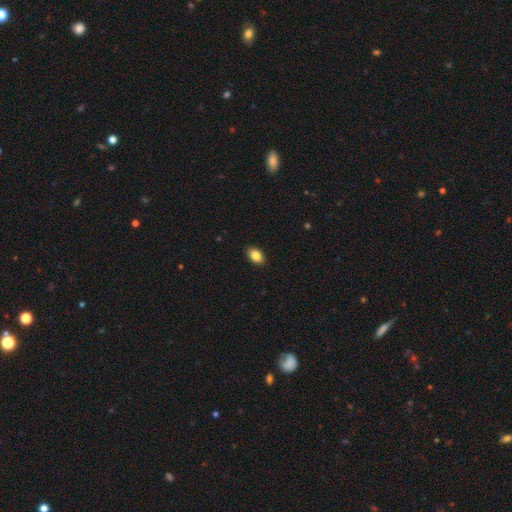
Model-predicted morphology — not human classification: A smooth galaxy with no disk features (85%) that is in between round and cigar-shaped (86%).

Vote fractions:
- Smooth or featured? smooth: 85% / star or artifact: 8% / featured or disk: 7%
- How rounded? in between: 86% / round: 12% / cigar-shaped: 1%
- Merging? none: 90% / minor disturbance: 7% / major disturbance: 2% / merger: 1%